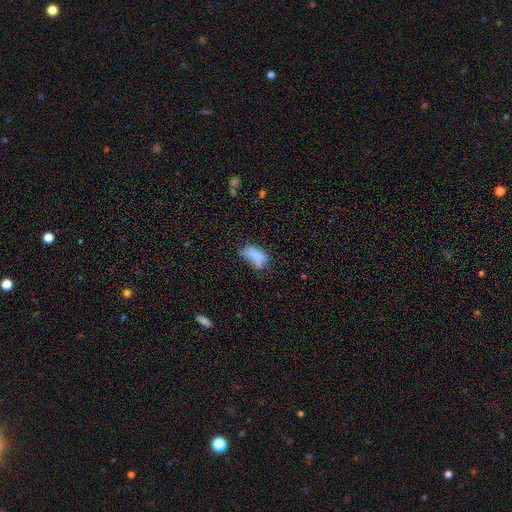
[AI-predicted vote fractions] Smooth or featured: smooth — 72% (featured or disk — 16%)
How rounded: in between — 90% (round — 5%)
Merging: major disturbance — 33% (minor disturbance — 32%)